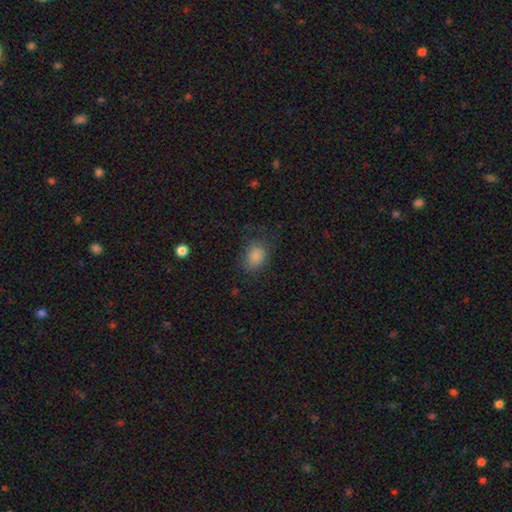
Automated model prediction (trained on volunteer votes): Smooth or featured: smooth — 83% (star or artifact — 11%)
How rounded: in between — 62% (round — 36%)
Merging: none — 64% (minor disturbance — 22%)